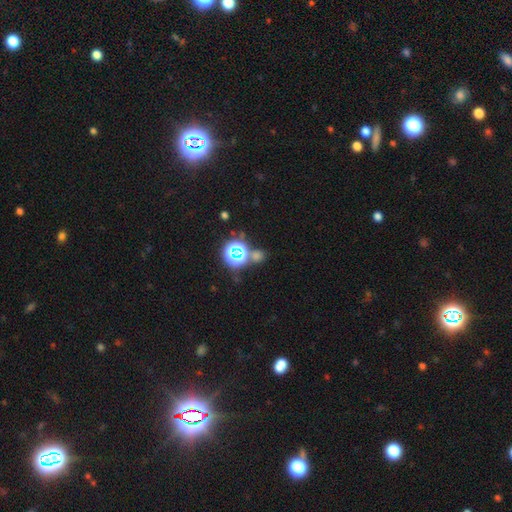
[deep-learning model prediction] Smooth or featured?
  - star or artifact: 48% *
  - smooth: 45%
  - featured or disk: 8%